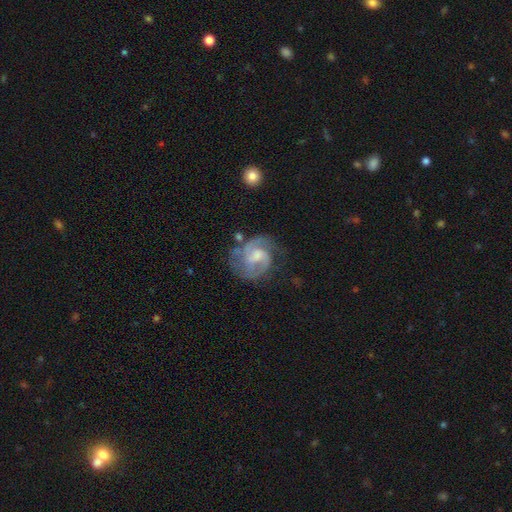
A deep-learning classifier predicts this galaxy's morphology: A featured or disk galaxy (84%) with a weak bar (50%), 2 (67%) medium (50%) spiral arms (95%) and a moderate central bulge (39%). Merging: none (59%).